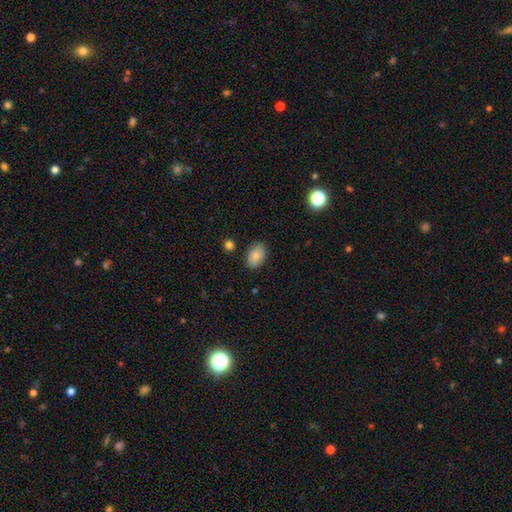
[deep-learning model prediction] A smooth galaxy with no disk features (84%) that is in between round and cigar-shaped (89%).

Vote fractions:
- Smooth or featured? smooth: 84% / featured or disk: 9% / star or artifact: 8%
- How rounded? in between: 89% / round: 10% / cigar-shaped: 1%
- Merging? none: 83% / minor disturbance: 12% / major disturbance: 3% / merger: 2%